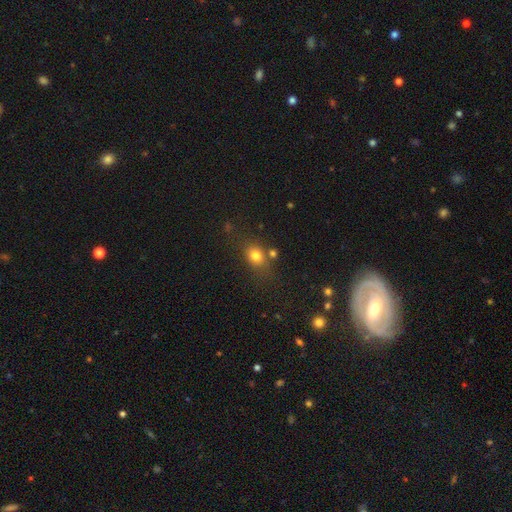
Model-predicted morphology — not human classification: Q: Smooth or featured?
A: smooth (78%); runner-up: star or artifact (13%)
Q: How rounded?
A: in between (52%); runner-up: round (47%)
Q: Merging?
A: none (67%); runner-up: minor disturbance (16%)